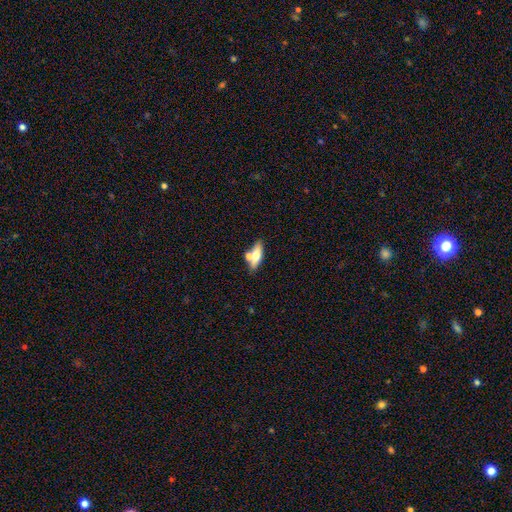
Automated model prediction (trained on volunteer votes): Smooth or featured?
  - smooth: 62% *
  - featured or disk: 32%
  - star or artifact: 7%
How rounded?
  - in between: 56% *
  - cigar-shaped: 39%
  - round: 5%
Merging?
  - none: 58% *
  - merger: 25%
  - minor disturbance: 12%
  - major disturbance: 4%